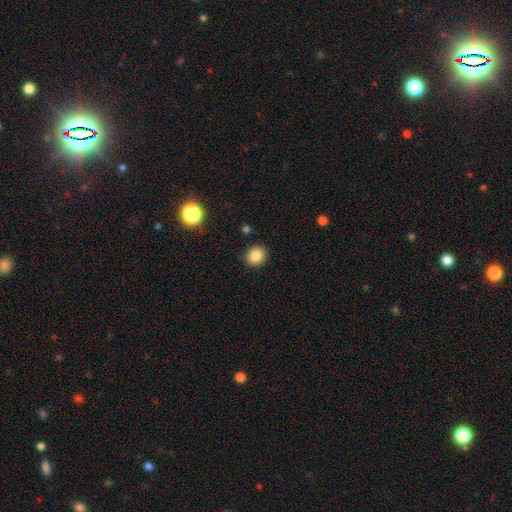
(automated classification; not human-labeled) This appears to be a smooth galaxy with no disk features (85%) that is round (85%). Merging: none (90%).